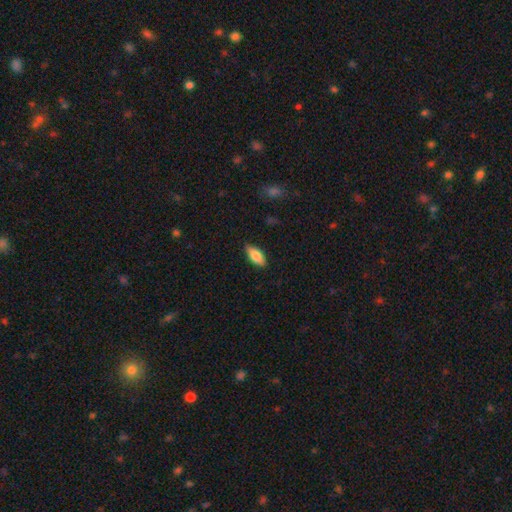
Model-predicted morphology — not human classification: Q: Smooth or featured?
A: smooth (81%); runner-up: featured or disk (12%)
Q: How rounded?
A: in between (84%); runner-up: cigar-shaped (13%)
Q: Merging?
A: none (85%); runner-up: minor disturbance (12%)